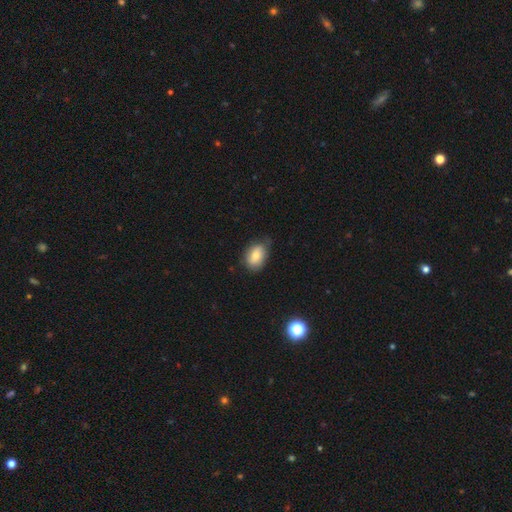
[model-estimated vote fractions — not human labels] Smooth or featured?
  - smooth: 73% *
  - featured or disk: 19%
  - star or artifact: 8%
How rounded?
  - in between: 80% *
  - round: 18%
  - cigar-shaped: 1%
Merging?
  - none: 61% *
  - minor disturbance: 32%
  - major disturbance: 6%
  - merger: 2%